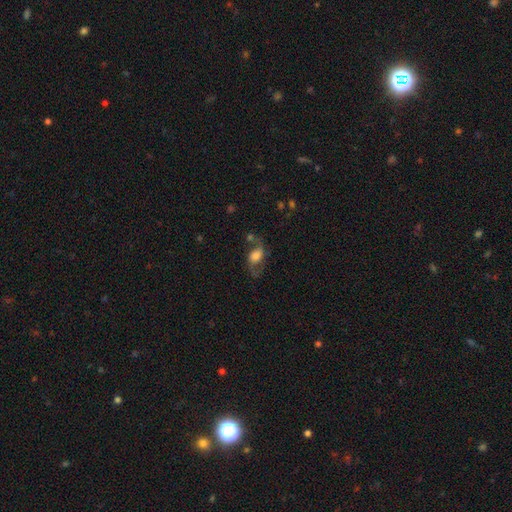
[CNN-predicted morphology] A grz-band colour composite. It shows a featured or disk galaxy (58%) with no bar (53%), spiral arms (86%) and a large central bulge (41%). Merging: none (51%).